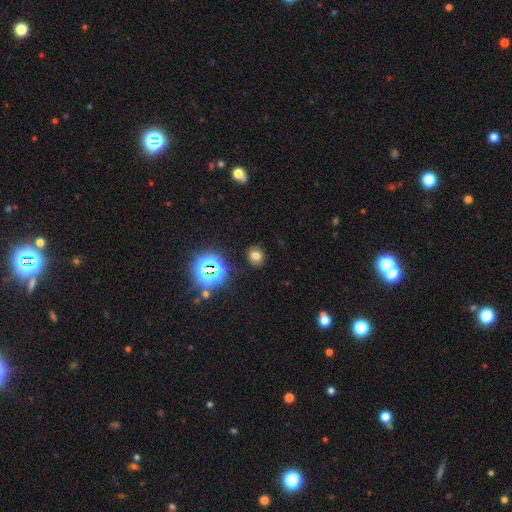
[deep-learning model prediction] Q: Smooth or featured?
A: smooth (68%); runner-up: star or artifact (23%)
Q: How rounded?
A: round (69%); runner-up: in between (30%)
Q: Merging?
A: none (86%); runner-up: minor disturbance (9%)